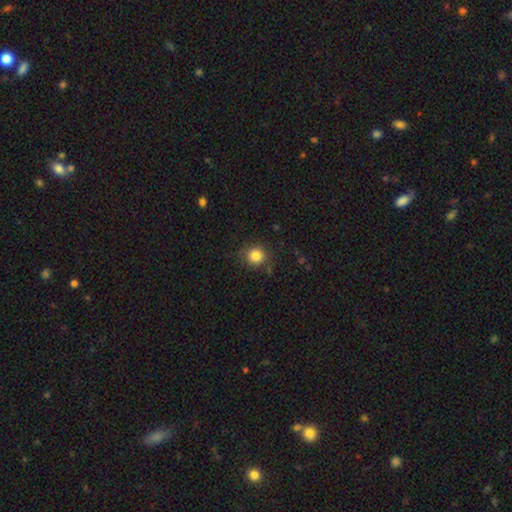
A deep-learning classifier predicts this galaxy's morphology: Smooth or featured? Predicted: smooth (p=0.84). How rounded? Predicted: round (p=0.89). Merging? Predicted: none (p=0.85).